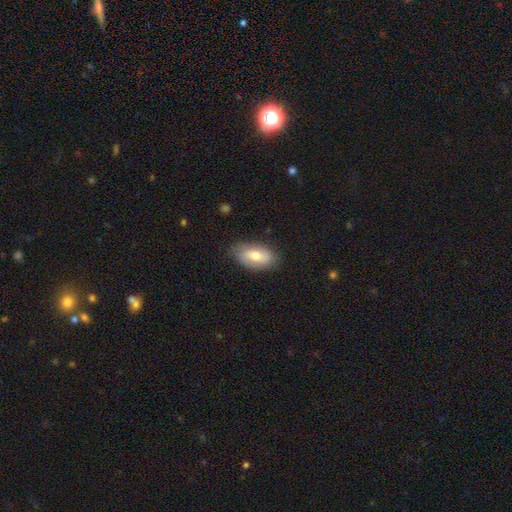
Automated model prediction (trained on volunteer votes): Q: Smooth or featured?
A: smooth (61%); runner-up: featured or disk (32%)
Q: How rounded?
A: in between (91%); runner-up: cigar-shaped (6%)
Q: Merging?
A: none (79%); runner-up: minor disturbance (17%)